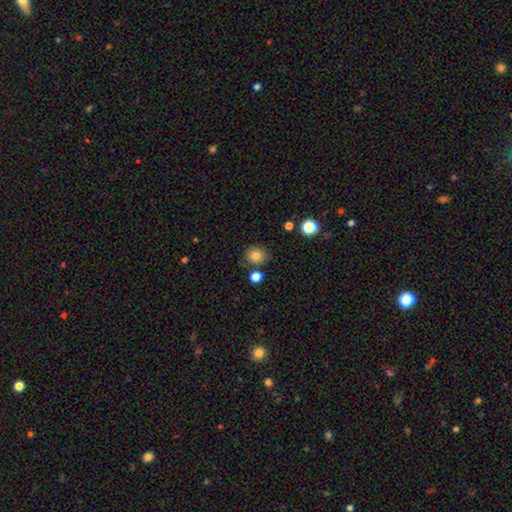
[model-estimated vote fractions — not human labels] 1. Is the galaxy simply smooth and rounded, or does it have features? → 82% smooth, 11% star or artifact, 6% featured or disk.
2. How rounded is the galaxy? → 75% round, 24% in between, 1% cigar-shaped.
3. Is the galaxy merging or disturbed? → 77% none, 12% minor disturbance, 7% merger, 3% major disturbance.